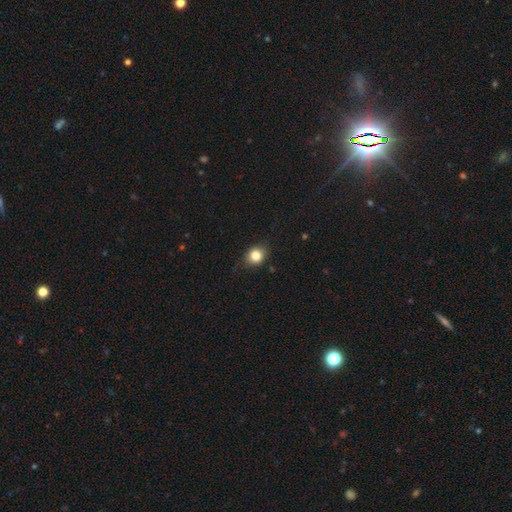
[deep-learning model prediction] Morphology: type=smooth (82%); roundness=round (69%); merging=none (78%).